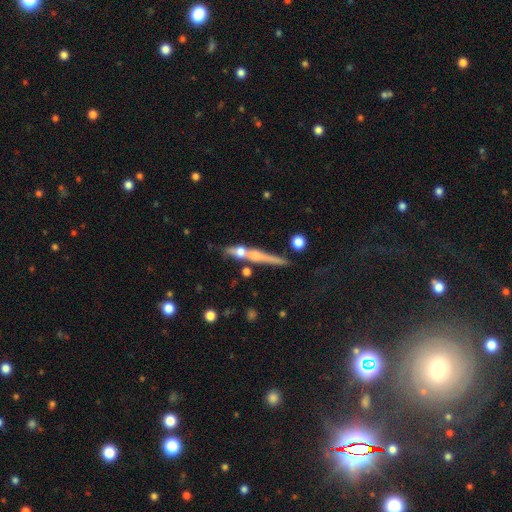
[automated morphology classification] smooth-or-featured: featured or disk: 54% | smooth: 34% | star or artifact: 12%
  disk-edge-on: yes: 90% | no: 10%
  merging: none: 65% | minor disturbance: 15% | merger: 14% | major disturbance: 6%